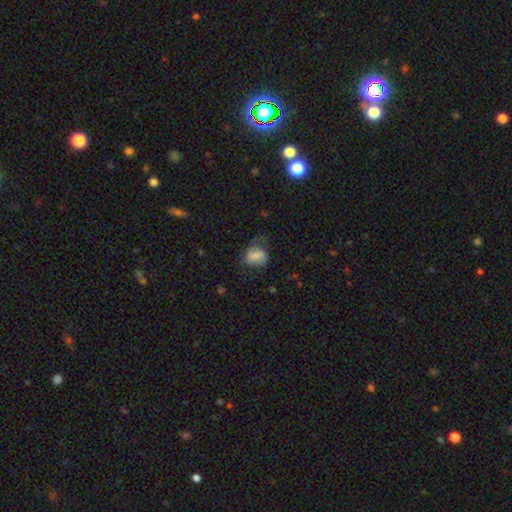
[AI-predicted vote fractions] The model was most divided on "merging": none: 36%, minor disturbance: 32%, major disturbance: 29%, merger: 2%. More confident: how rounded — in between (68%); smooth or featured — smooth (67%).